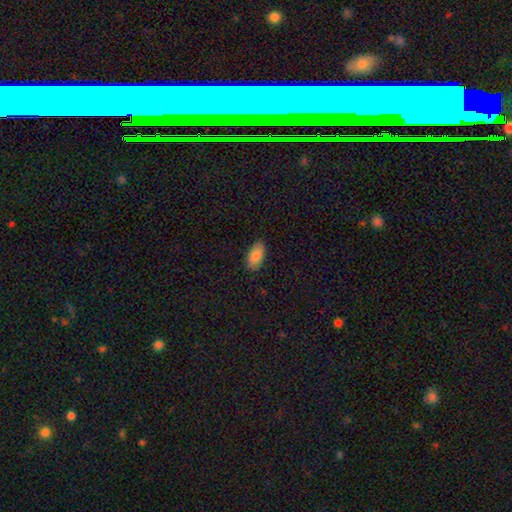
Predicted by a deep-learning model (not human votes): This is clearly a smooth galaxy (88%). How rounded: clearly in between (93%). Merging: clearly none (88%).